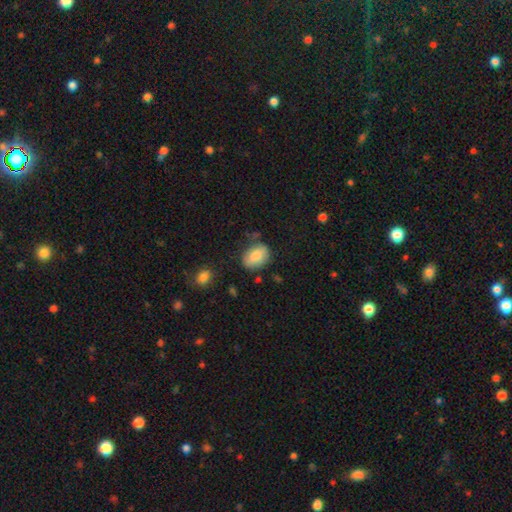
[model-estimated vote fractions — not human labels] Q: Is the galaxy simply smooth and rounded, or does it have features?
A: smooth — 82%.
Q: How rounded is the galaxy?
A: in between — 76%.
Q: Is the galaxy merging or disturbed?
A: none — 70%.